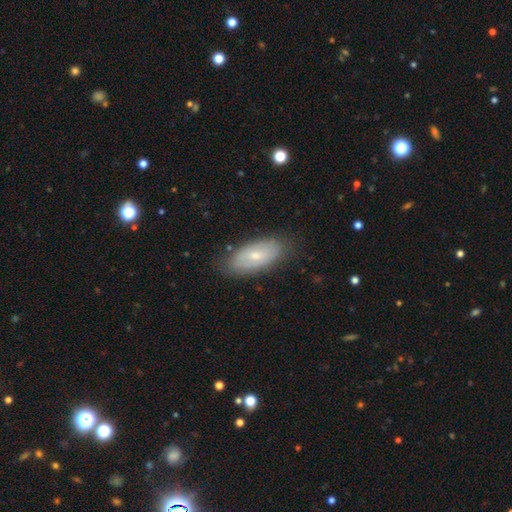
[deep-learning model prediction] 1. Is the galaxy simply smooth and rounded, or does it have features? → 56% smooth, 37% featured or disk, 7% star or artifact.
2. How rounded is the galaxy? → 88% in between, 9% cigar-shaped, 3% round.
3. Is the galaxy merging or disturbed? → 79% none, 16% minor disturbance, 4% major disturbance, 1% merger.